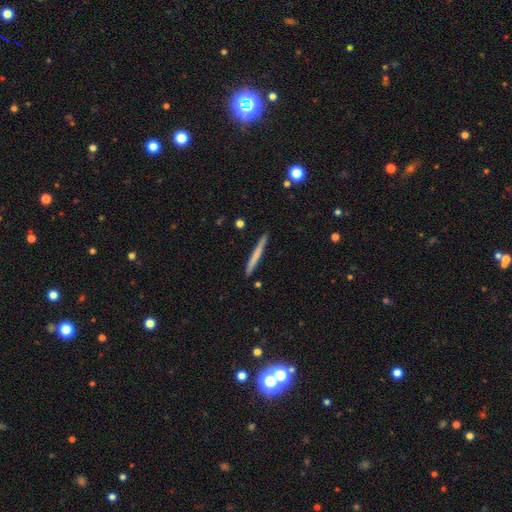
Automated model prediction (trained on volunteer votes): Smooth or featured?
  - smooth: 61% *
  - featured or disk: 33%
  - star or artifact: 6%
How rounded?
  - cigar-shaped: 97% *
  - in between: 2%
  - round: 1%
Merging?
  - none: 91% *
  - minor disturbance: 7%
  - merger: 1%
  - major disturbance: 1%